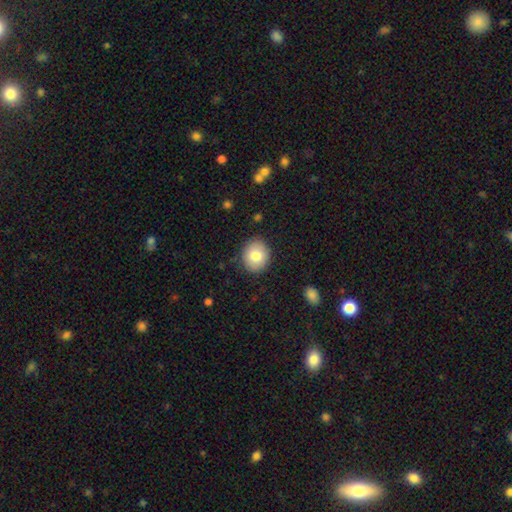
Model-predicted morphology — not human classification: Smooth or featured? smooth (80%)
How rounded? round (67%)
Merging? none (87%)